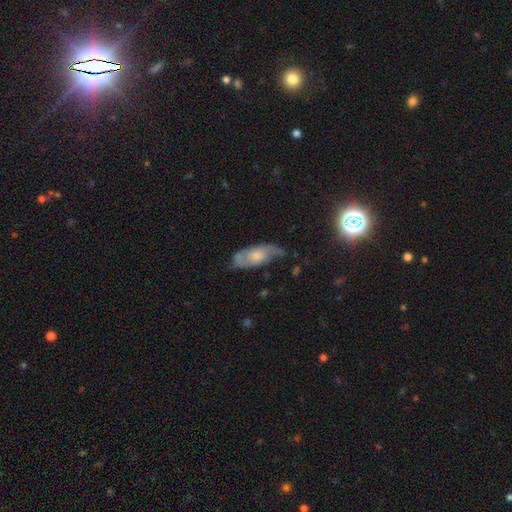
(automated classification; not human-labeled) Smooth or featured? Predicted: featured or disk (p=0.59). Edge-on disk? Predicted: no (p=0.82). Merging? Predicted: none (p=0.54).